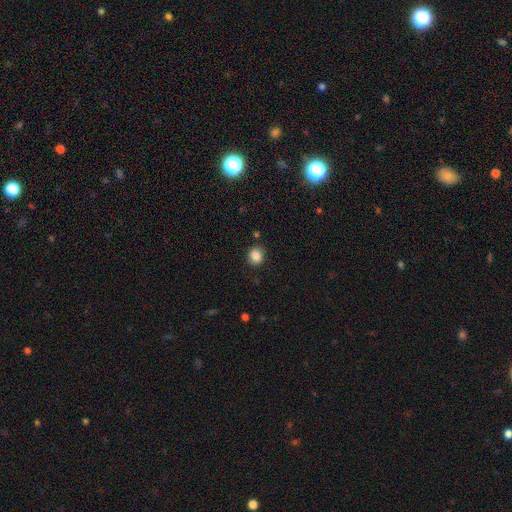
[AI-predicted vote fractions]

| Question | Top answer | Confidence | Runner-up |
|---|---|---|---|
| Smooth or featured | smooth | 86% | star or artifact (10%) |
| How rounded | round | 73% | in between (26%) |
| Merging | none | 86% | minor disturbance (9%) |